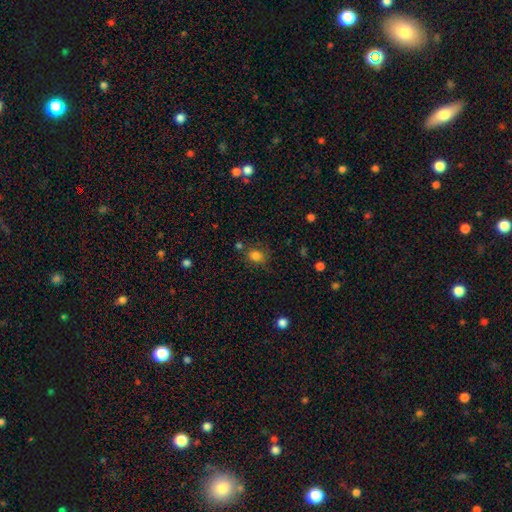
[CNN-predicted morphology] smooth_or_featured: smooth (p=0.81) [alt: star or artifact p=0.12]
how_rounded: round (p=0.52) [alt: in between p=0.46]
merging: none (p=0.68) [alt: minor disturbance p=0.18]